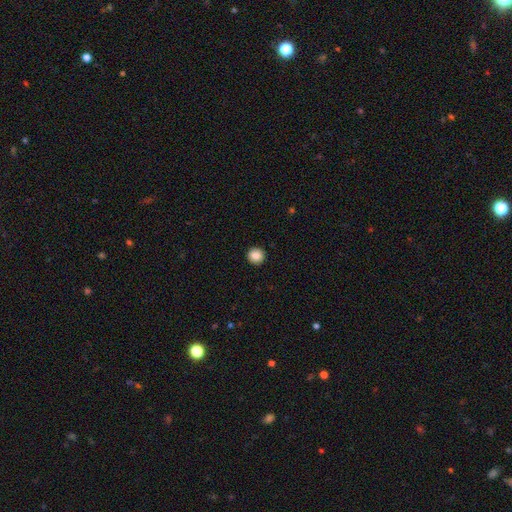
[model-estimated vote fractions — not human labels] Smooth or featured?
  - smooth: 88% *
  - star or artifact: 9%
  - featured or disk: 4%
How rounded?
  - round: 95% *
  - in between: 4%
  - cigar-shaped: 1%
Merging?
  - none: 93% *
  - minor disturbance: 4%
  - major disturbance: 1%
  - merger: 1%